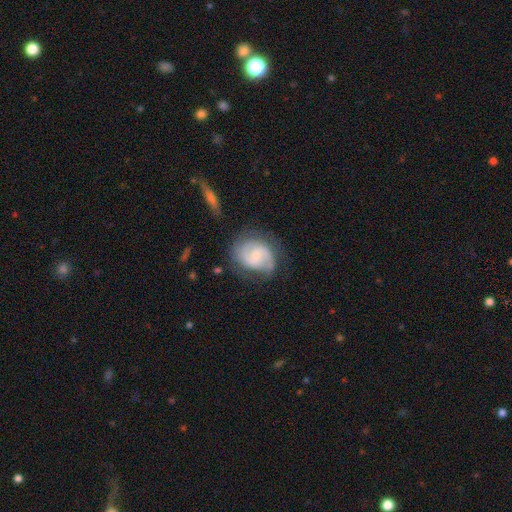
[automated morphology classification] This is likely a featured or disk galaxy (77%). It is clearly not viewed edge-on (98%). Bar: possibly no (48%). Spiral arm pattern: clearly yes (95%). Spiral arm count: likely 2 (79%). Spiral winding: possibly medium (47%). Central bulge: possibly small (55%). Merging: likely none (69%).